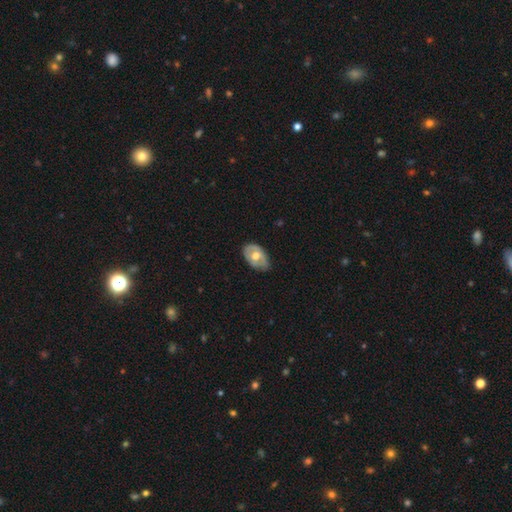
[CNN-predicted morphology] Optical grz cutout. It shows a featured or disk galaxy (48%). Merging: none (75%).